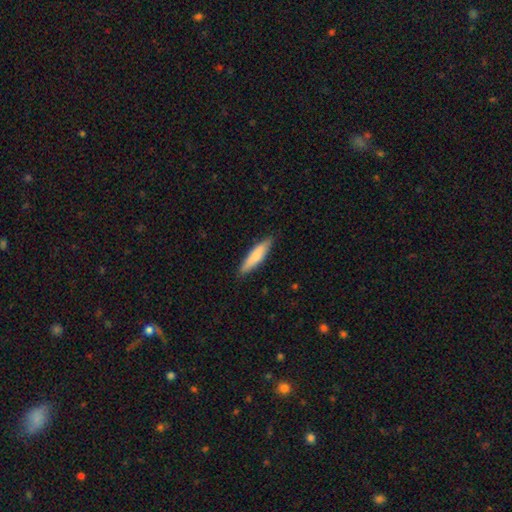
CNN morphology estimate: smooth-or-featured: smooth: 77% | featured or disk: 18% | star or artifact: 5%
  how-rounded: cigar-shaped: 77% | in between: 22% | round: 1%
  merging: none: 87% | minor disturbance: 10% | major disturbance: 2% | merger: 1%